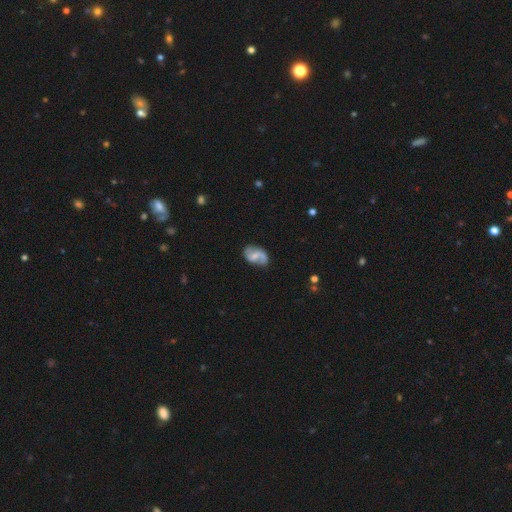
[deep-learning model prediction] Overall: featured or disk (78%). Edge-on disk: no (97%). Bar: weak (49%; no 35%). Spiral arms: yes (93%). Spiral arm count: 2 (89%). Spiral winding: loose (50%; medium 39%). Bulge size: small (45%; moderate 34%). Merging: none (71%).